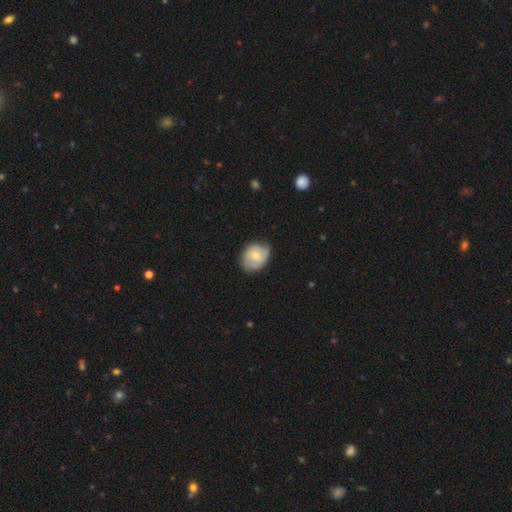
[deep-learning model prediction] Smooth or featured: smooth — 49% (featured or disk — 45%)
Merging: none — 67% (minor disturbance — 27%)